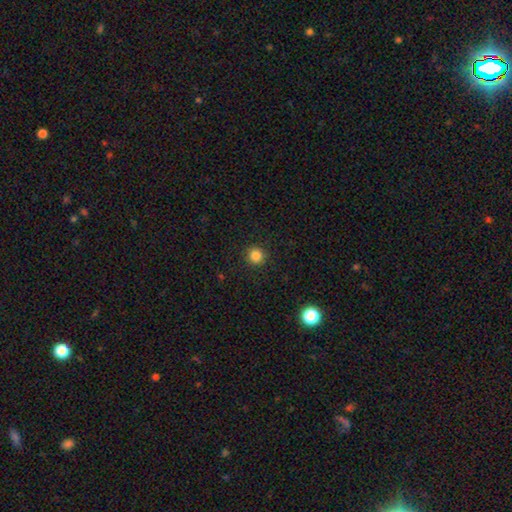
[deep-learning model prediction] A smooth galaxy with no disk features (84%) that is round (94%).

Vote fractions:
- Smooth or featured? smooth: 84% / star or artifact: 12% / featured or disk: 4%
- How rounded? round: 94% / in between: 5% / cigar-shaped: 1%
- Merging? none: 92% / minor disturbance: 5% / major disturbance: 2% / merger: 1%